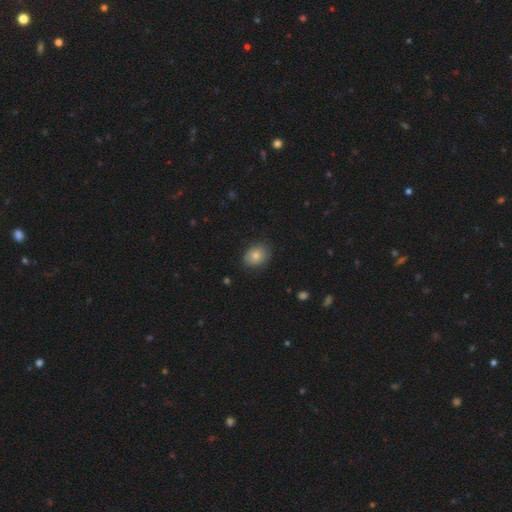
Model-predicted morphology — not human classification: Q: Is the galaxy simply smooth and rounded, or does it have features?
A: smooth — 80%.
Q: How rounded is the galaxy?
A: in between — 57%.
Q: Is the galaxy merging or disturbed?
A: none — 78%.